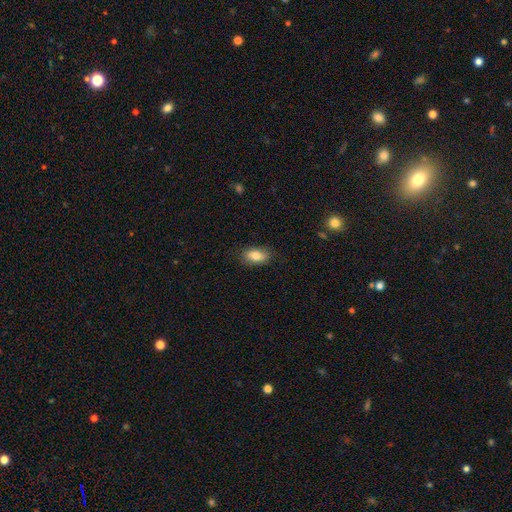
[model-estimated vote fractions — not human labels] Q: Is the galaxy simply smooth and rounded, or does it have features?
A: smooth — 81%.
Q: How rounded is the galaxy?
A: in between — 89%.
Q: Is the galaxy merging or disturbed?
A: none — 84%.